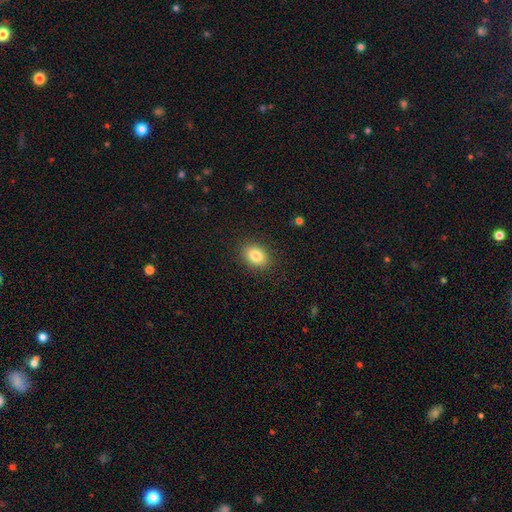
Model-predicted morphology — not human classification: This appears to be a smooth galaxy with no disk features (85%) that is in between round and cigar-shaped (69%). Merging: none (88%).